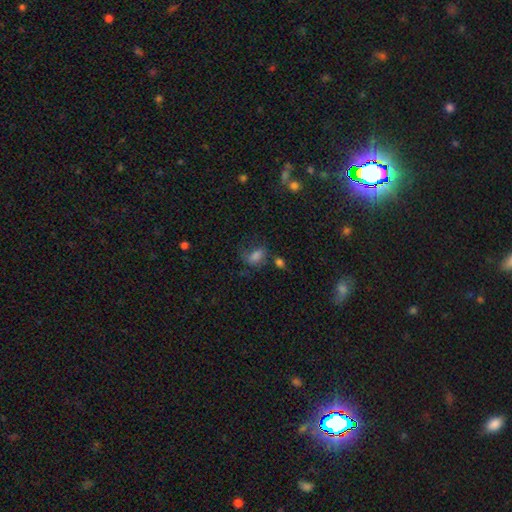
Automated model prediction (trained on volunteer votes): Smooth or featured: smooth — 69% (star or artifact — 17%)
How rounded: in between — 78% (round — 20%)
Merging: none — 41% (minor disturbance — 26%)